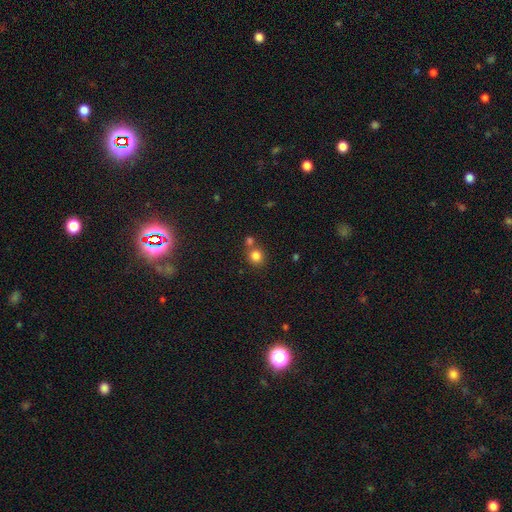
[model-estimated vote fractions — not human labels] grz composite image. It shows a smooth galaxy with no disk features (82%) that is round (86%). Merging: none (61%).